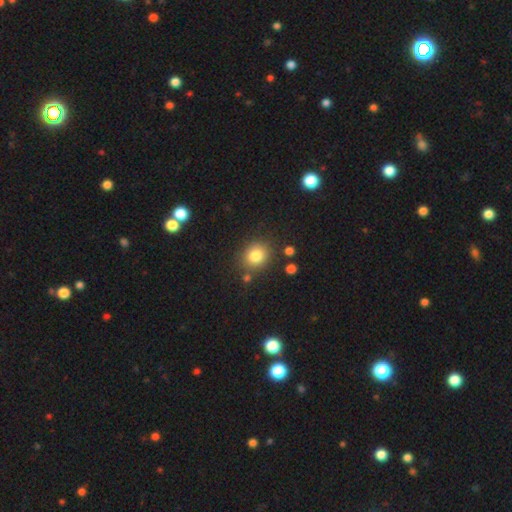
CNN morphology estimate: smooth 81%, star or artifact 11%, featured or disk 7%. Down the decision tree: how rounded — round (75%); merging — none (81%).